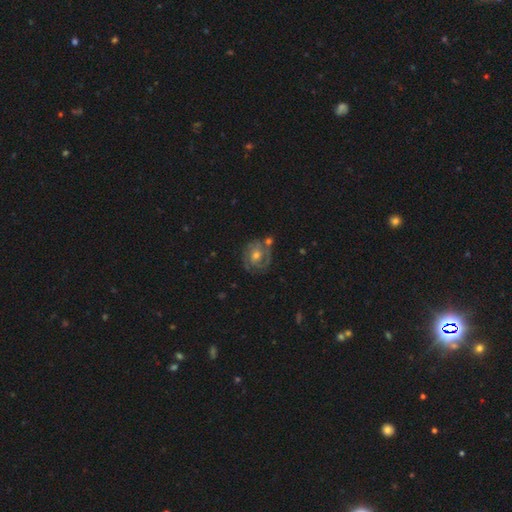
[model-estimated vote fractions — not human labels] A featured or disk galaxy (78%) with no bar (65%), 2 (56%) tight (61%) spiral arms (91%) and a moderate central bulge (63%). Merging: none (68%).